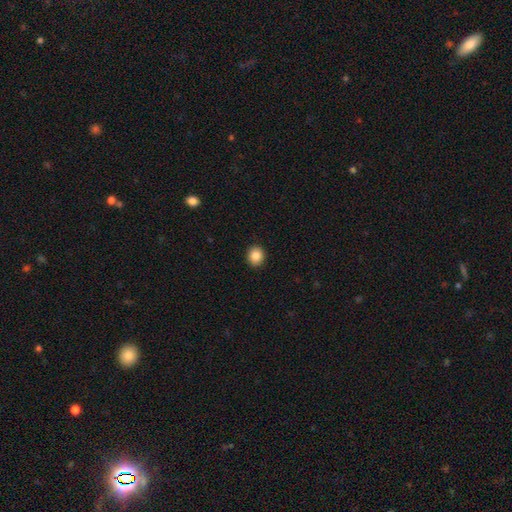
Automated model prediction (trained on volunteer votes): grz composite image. It shows a smooth galaxy with no disk features (86%) that is round (79%). Merging: none (92%).